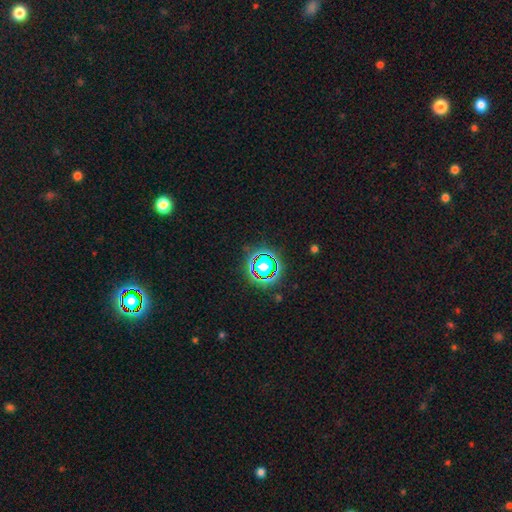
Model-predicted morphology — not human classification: star or artifact 80%, smooth 12%, featured or disk 7%.